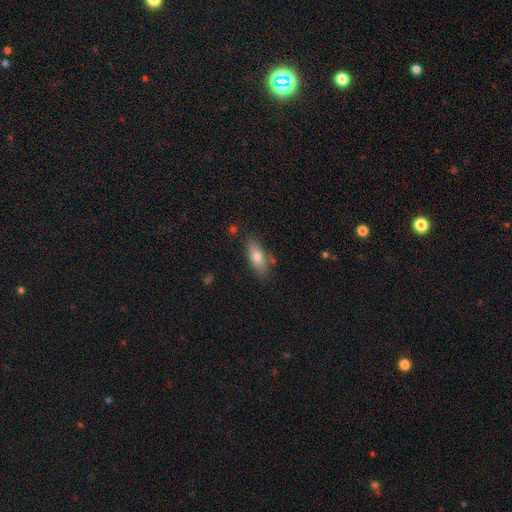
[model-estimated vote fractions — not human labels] Overall: smooth (71%). How rounded: in between (69%). Merging: none (78%).